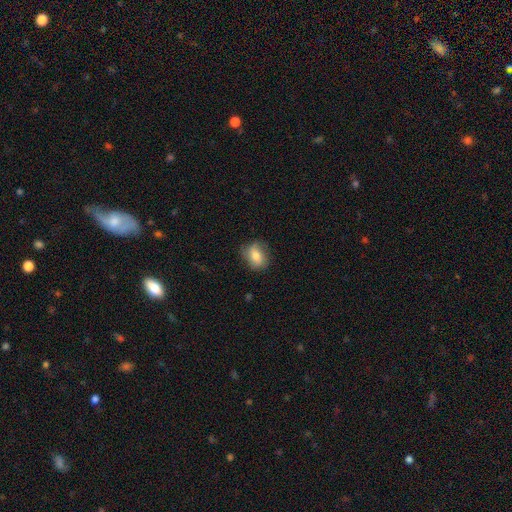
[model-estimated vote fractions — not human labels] smooth 72%, featured or disk 19%, star or artifact 8%. Down the decision tree: how rounded — in between (63%); merging — none (71%).